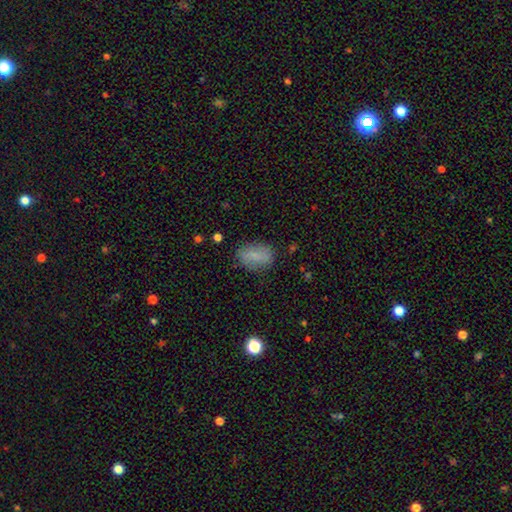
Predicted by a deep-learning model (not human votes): The model was most divided on "smooth or featured": smooth: 76%, featured or disk: 15%, star or artifact: 9%. More confident: how rounded — in between (84%); merging — none (78%).